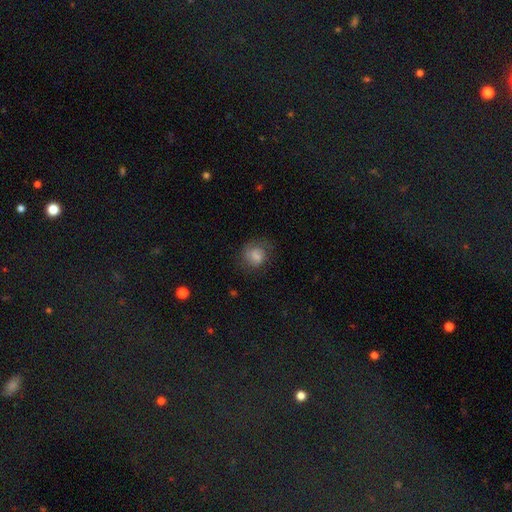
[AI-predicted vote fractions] Smooth or featured: smooth — 64% (featured or disk — 27%)
How rounded: round — 70% (in between — 29%)
Merging: none — 61% (minor disturbance — 22%)